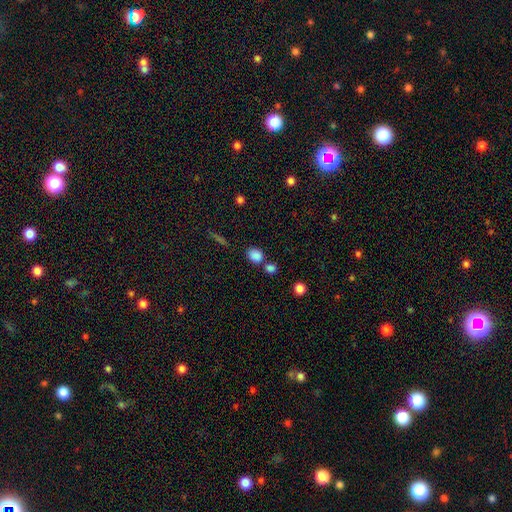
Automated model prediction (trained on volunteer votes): Q: Smooth or featured?
A: smooth (84%); runner-up: star or artifact (11%)
Q: How rounded?
A: round (50%); runner-up: in between (49%)
Q: Merging?
A: none (63%); runner-up: merger (22%)